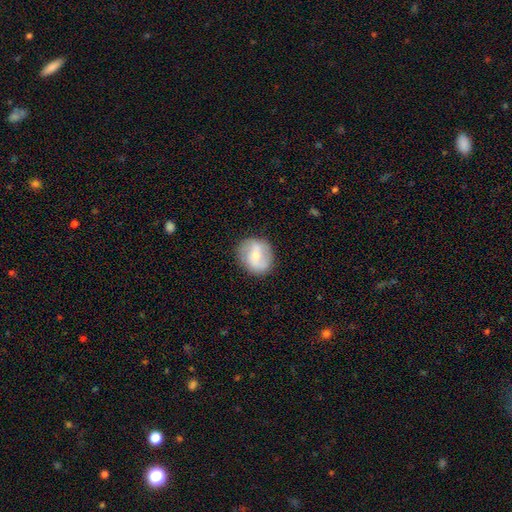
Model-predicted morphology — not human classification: smooth-or-featured: featured or disk: 52% | smooth: 41% | star or artifact: 7%
  disk-edge-on: no: 96% | yes: 4%
    bar: weak: 43% | no: 32% | strong: 25%
    has-spiral-arms: yes: 73% | no: 27%
    bulge-size: small: 52% | moderate: 42% | large: 2% | none: 2% | dominant: 1%
  merging: none: 84% | minor disturbance: 11% | major disturbance: 4% | merger: 1%